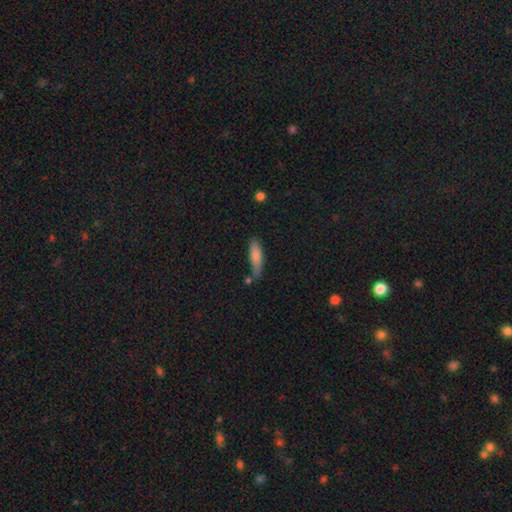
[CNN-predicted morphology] smooth-or-featured: smooth: 80% | featured or disk: 13% | star or artifact: 7%
  how-rounded: cigar-shaped: 58% | in between: 40% | round: 2%
  merging: none: 58% | minor disturbance: 26% | merger: 10% | major disturbance: 7%